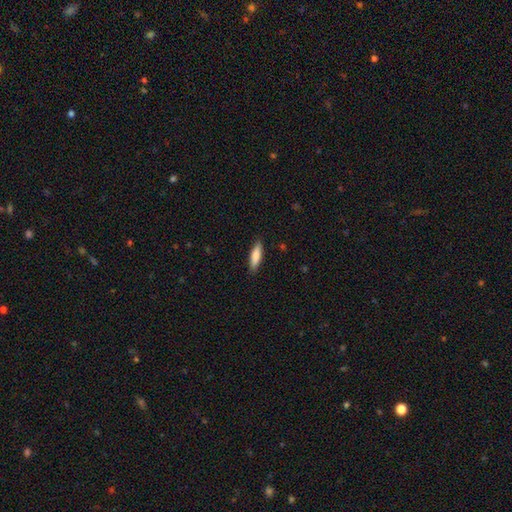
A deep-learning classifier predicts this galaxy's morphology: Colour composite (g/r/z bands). It shows a smooth galaxy with no disk features (81%) that is cigar-shaped (64%). Merging: none (87%).